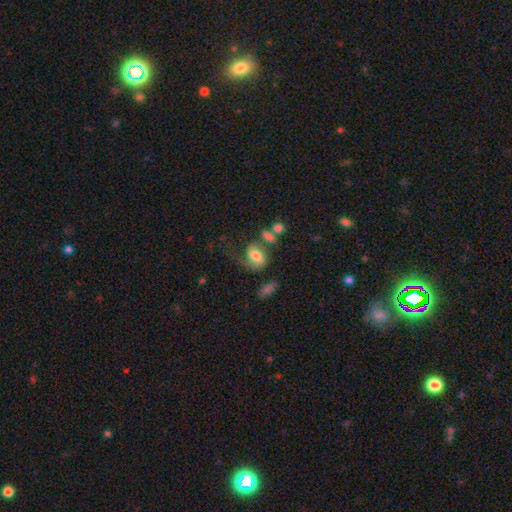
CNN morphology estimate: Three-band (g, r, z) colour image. It shows a featured or disk galaxy (59%) with no bar (52%), 2 (51%) medium (42%) spiral arms (87%) and a moderate central bulge (57%). Merging: none (37%).